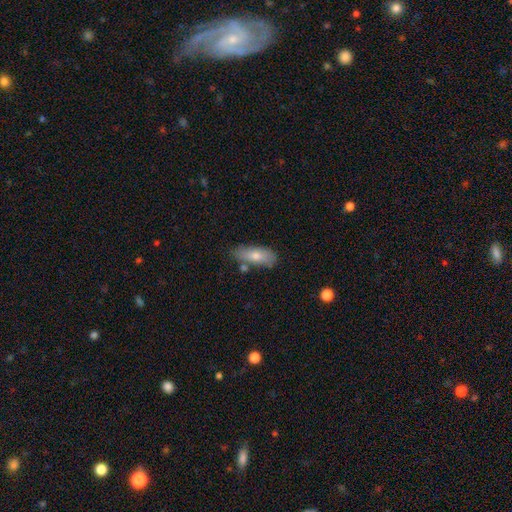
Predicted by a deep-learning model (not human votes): Smooth or featured? smooth (70%)
How rounded? in between (68%)
Merging? none (70%)